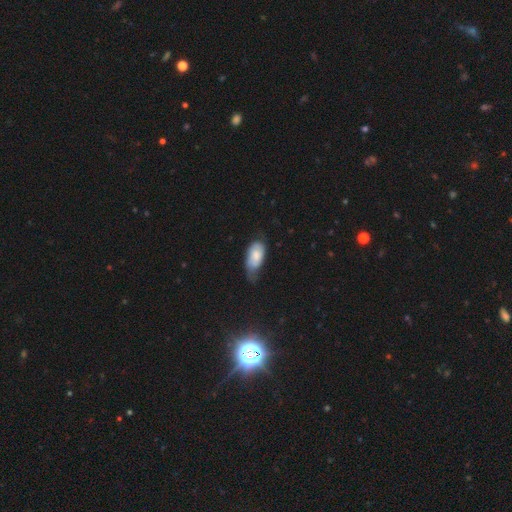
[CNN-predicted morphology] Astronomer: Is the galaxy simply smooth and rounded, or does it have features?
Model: smooth — 66%.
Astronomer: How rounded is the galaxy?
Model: in between — 91%.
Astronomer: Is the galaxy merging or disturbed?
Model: minor disturbance — 45% (runner-up: none, 31%).